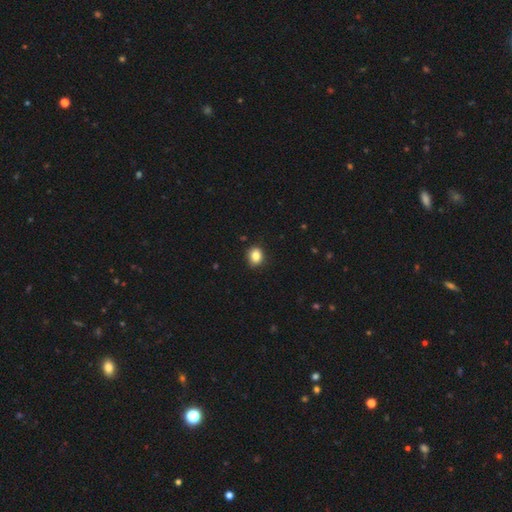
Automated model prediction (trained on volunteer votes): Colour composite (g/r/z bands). It shows a smooth galaxy with no disk features (85%) that is round (51%). Merging: none (87%).